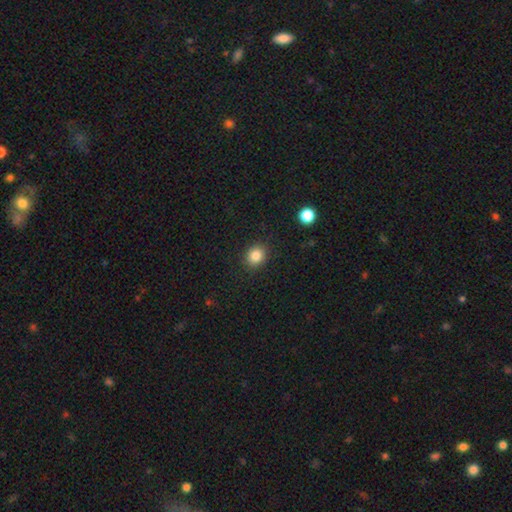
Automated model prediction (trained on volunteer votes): Q: Smooth or featured?
A: smooth (84%); runner-up: star or artifact (11%)
Q: How rounded?
A: round (72%); runner-up: in between (27%)
Q: Merging?
A: none (88%); runner-up: minor disturbance (8%)